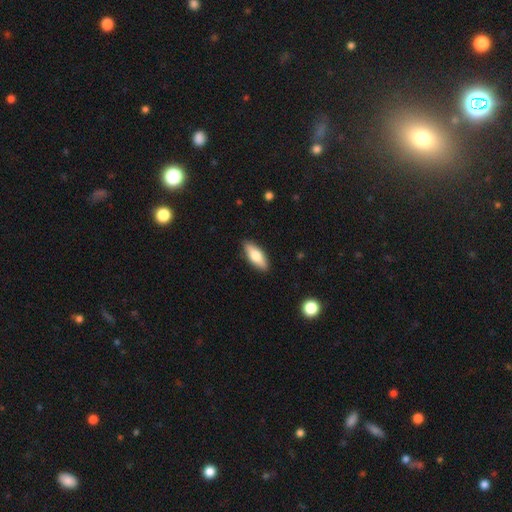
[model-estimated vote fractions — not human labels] smooth 71%, featured or disk 24%, star or artifact 6%. Down the decision tree: how rounded — in between (69%); merging — none (89%).